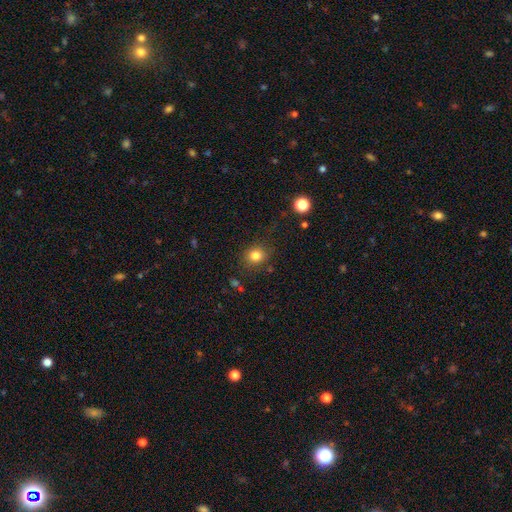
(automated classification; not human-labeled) Smooth or featured: smooth — 82% (star or artifact — 12%)
How rounded: round — 74% (in between — 25%)
Merging: none — 83% (minor disturbance — 11%)